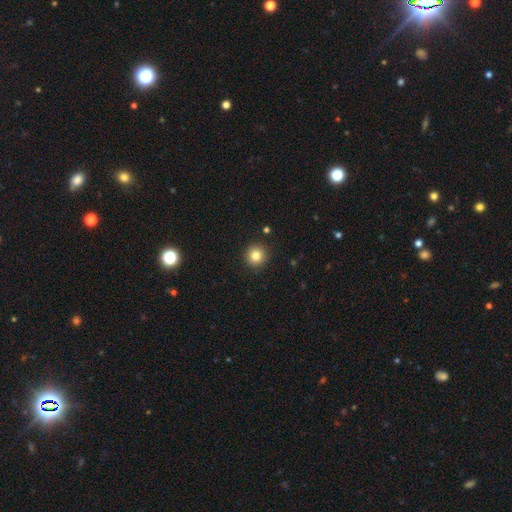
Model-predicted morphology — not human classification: Smooth or featured? Predicted: smooth (p=0.83). How rounded? Predicted: round (p=0.95). Merging? Predicted: none (p=0.91).